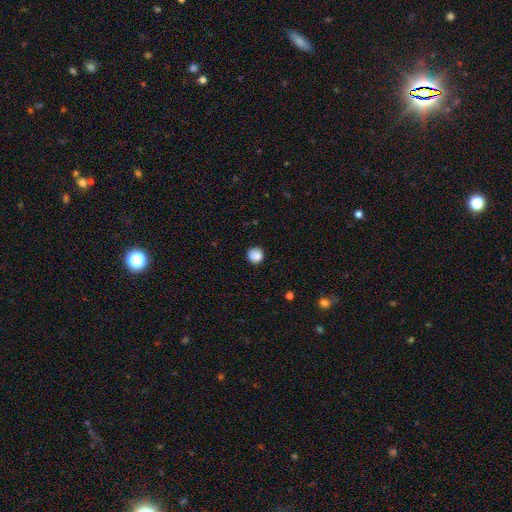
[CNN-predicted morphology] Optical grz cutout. It shows a smooth galaxy with no disk features (86%) that is round (91%). Merging: none (84%).